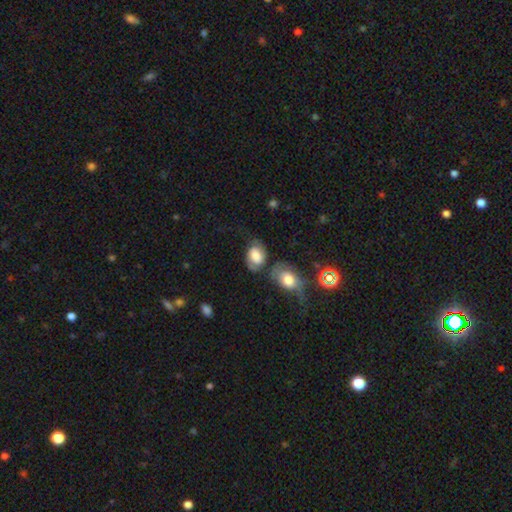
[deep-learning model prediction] smooth-or-featured: smooth: 48% | featured or disk: 43% | star or artifact: 9%
  merging: none: 46% | minor disturbance: 24% | merger: 16% | major disturbance: 14%